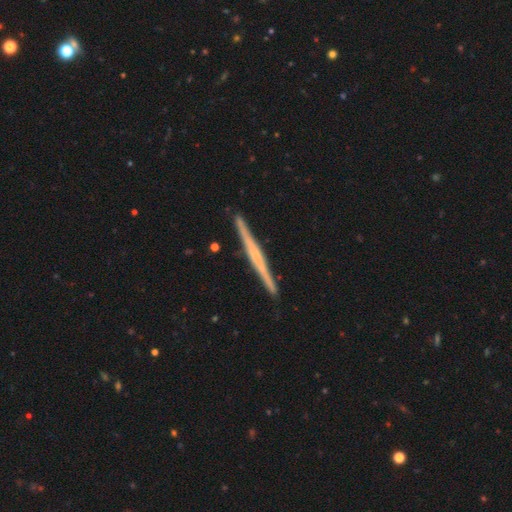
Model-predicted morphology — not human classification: type=featured or disk (74%); edge-on=yes (98%); edge-on bulge=none (46%); merging=none (91%).